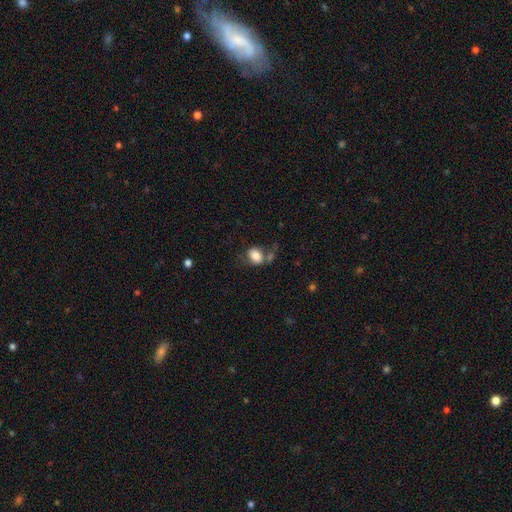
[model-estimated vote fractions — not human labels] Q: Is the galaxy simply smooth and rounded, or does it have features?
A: smooth — 79%.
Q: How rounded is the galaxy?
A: in between — 58%.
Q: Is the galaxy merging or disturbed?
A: none — 46%.